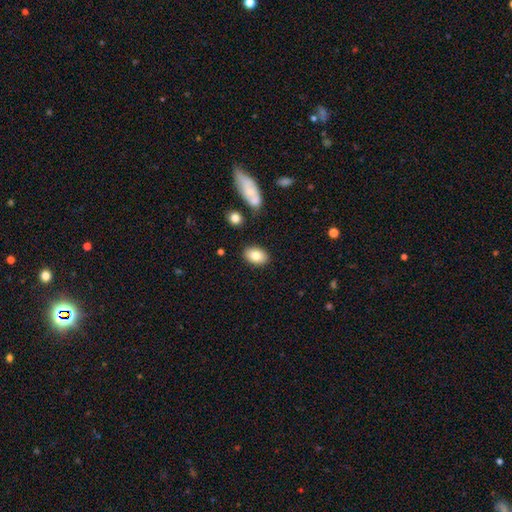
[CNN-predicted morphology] This appears to be a smooth galaxy with no disk features (81%) that is in between round and cigar-shaped (84%). Merging: none (85%).